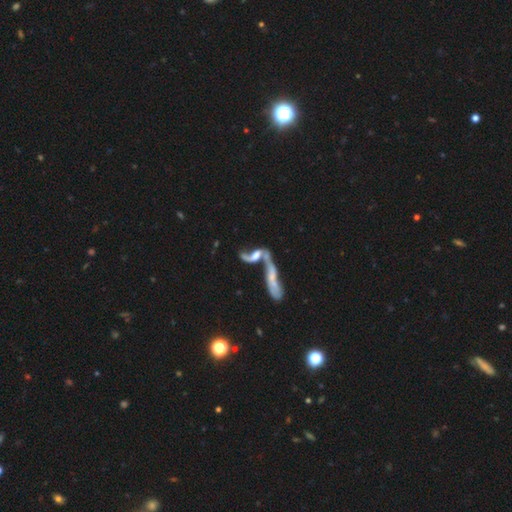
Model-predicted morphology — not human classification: Smooth or featured? Predicted: featured or disk (p=0.64). Edge-on disk? Predicted: no (p=0.81). Bar? Predicted: no (p=0.61). Spiral arms? Predicted: yes (p=0.71). Bulge size? Predicted: moderate (p=0.30). Merging? Predicted: merger (p=0.71).